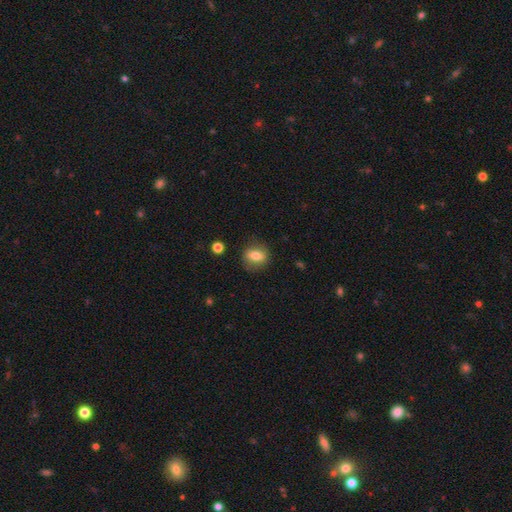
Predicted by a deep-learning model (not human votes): Smooth or featured: smooth — 69% (featured or disk — 23%)
How rounded: in between — 52% (round — 44%)
Merging: none — 83% (minor disturbance — 11%)